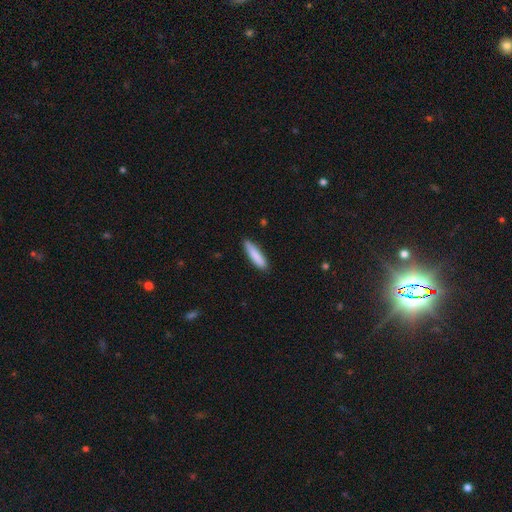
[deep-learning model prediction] Q: Smooth or featured?
A: smooth (86%); runner-up: featured or disk (8%)
Q: How rounded?
A: cigar-shaped (77%); runner-up: in between (22%)
Q: Merging?
A: none (84%); runner-up: minor disturbance (13%)